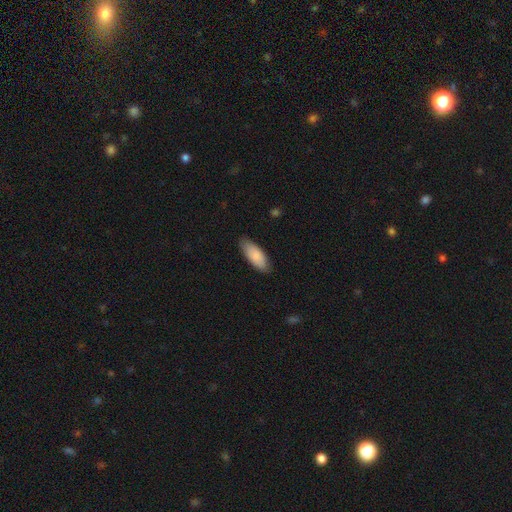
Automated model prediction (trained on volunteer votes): The model was most divided on "how rounded": in between: 79%, cigar-shaped: 19%, round: 2%. More confident: smooth or featured — smooth (87%); merging — none (83%).